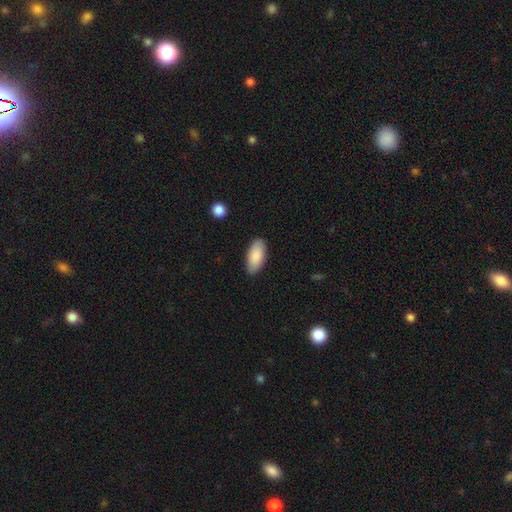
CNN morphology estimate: A smooth galaxy with no disk features (86%) that is in between round and cigar-shaped (91%).

Vote fractions:
- Smooth or featured? smooth: 86% / featured or disk: 8% / star or artifact: 6%
- How rounded? in between: 91% / cigar-shaped: 8% / round: 2%
- Merging? none: 86% / minor disturbance: 11% / major disturbance: 2% / merger: 1%